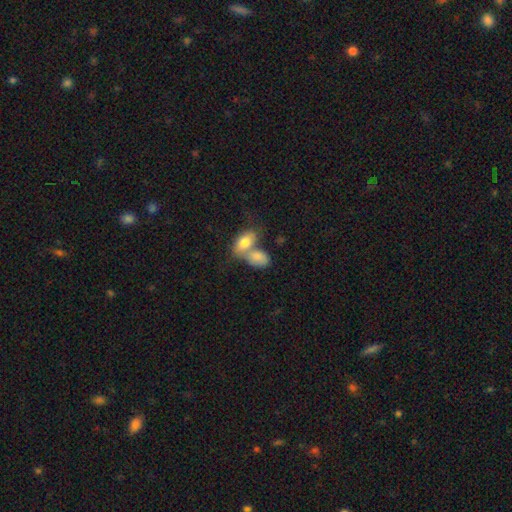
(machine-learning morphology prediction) Overall: smooth (73%). How rounded: in between (85%). Merging: merger (57%; none 28%).